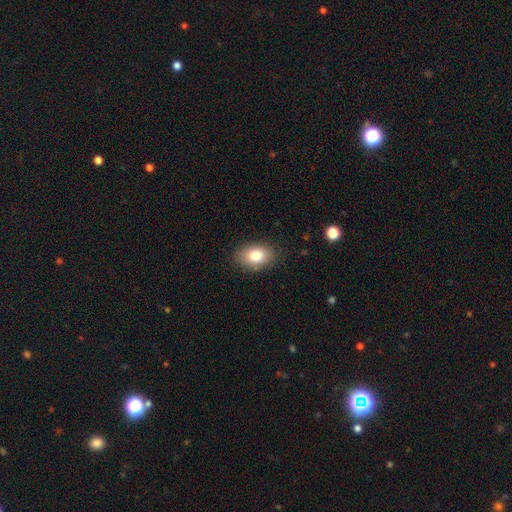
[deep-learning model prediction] Overall: smooth (85%). How rounded: in between (86%). Merging: none (84%).